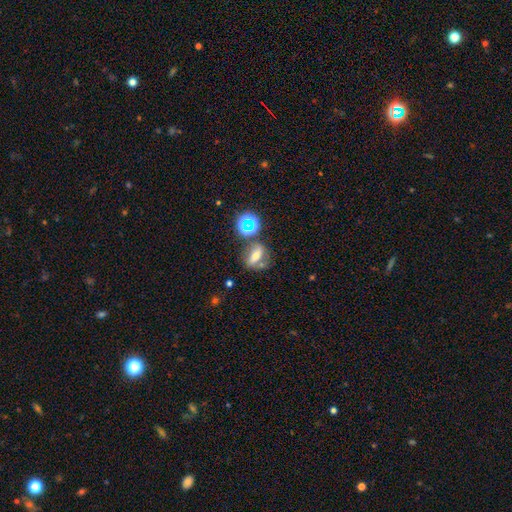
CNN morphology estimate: type=smooth (48%); merging=none (58%).